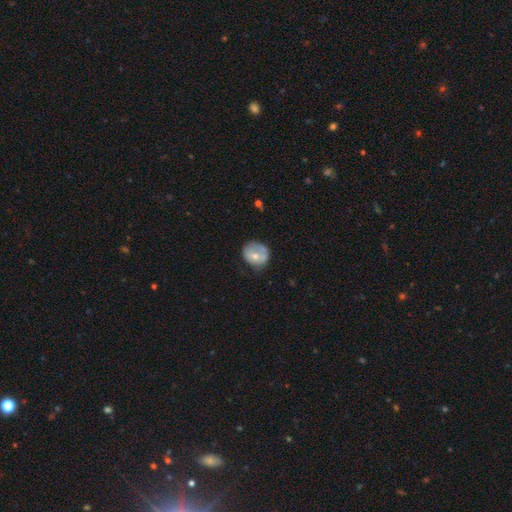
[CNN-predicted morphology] Smooth or featured: smooth — 59% (featured or disk — 33%)
How rounded: round — 69% (in between — 30%)
Merging: none — 47% (minor disturbance — 33%)